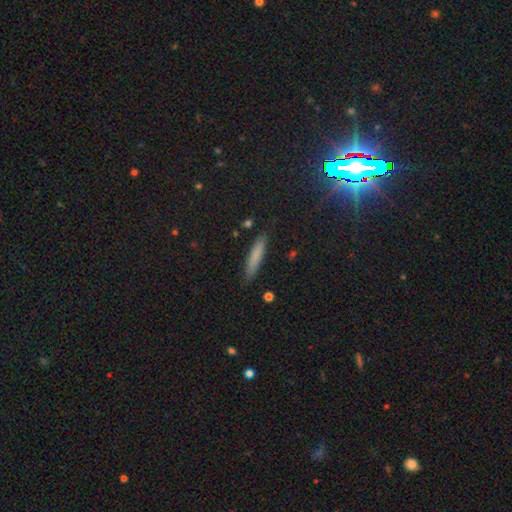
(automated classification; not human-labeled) A smooth galaxy with no disk features (76%) that is cigar-shaped (89%).

Vote fractions:
- Smooth or featured? smooth: 76% / featured or disk: 14% / star or artifact: 10%
- How rounded? cigar-shaped: 89% / in between: 10% / round: 2%
- Merging? none: 87% / minor disturbance: 10% / major disturbance: 2% / merger: 2%